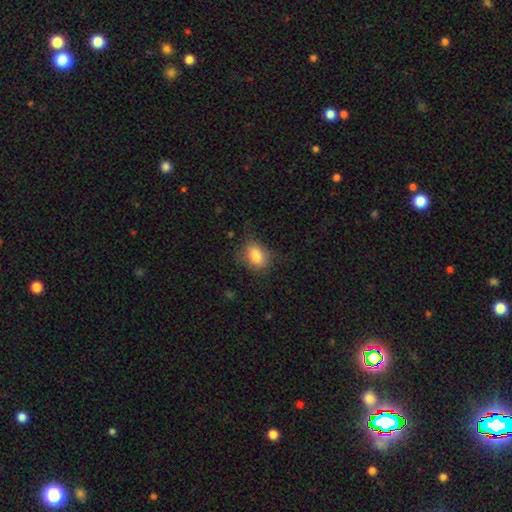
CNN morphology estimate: This is clearly a smooth galaxy (83%). How rounded: likely in between (77%). Merging: likely none (70%).